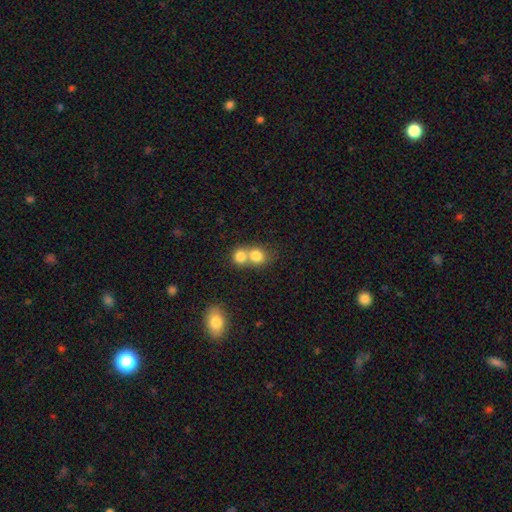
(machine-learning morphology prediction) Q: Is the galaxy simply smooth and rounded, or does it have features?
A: smooth — 79%.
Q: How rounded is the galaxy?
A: round — 77%.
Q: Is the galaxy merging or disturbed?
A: merger — 60%.